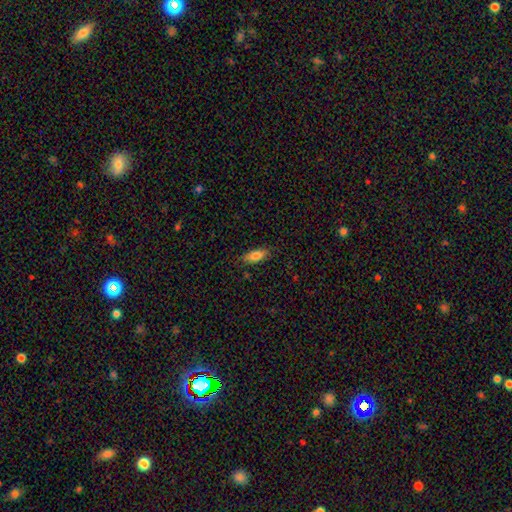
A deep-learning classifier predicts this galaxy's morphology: type=smooth (84%); roundness=in between (78%); merging=none (82%).